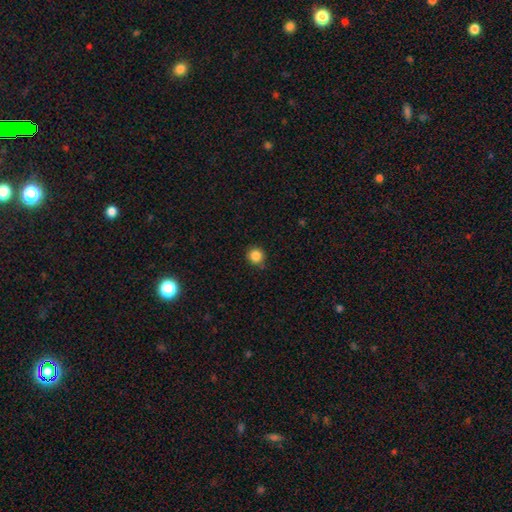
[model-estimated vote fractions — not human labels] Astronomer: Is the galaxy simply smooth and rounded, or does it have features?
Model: smooth — 85%.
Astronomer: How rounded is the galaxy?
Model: round — 91%.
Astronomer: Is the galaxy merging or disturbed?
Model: none — 83%.